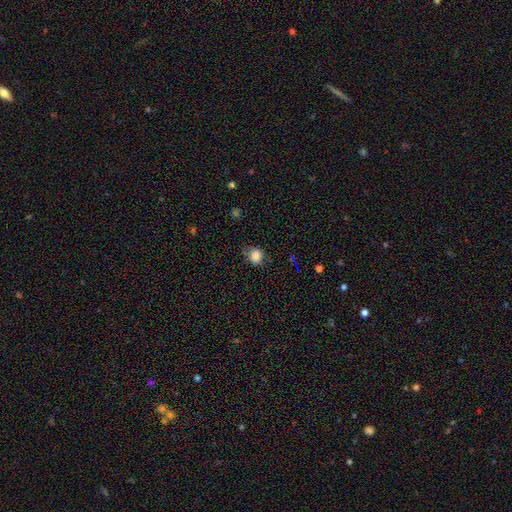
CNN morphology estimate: This is clearly a smooth galaxy (82%). How rounded: likely round (70%). Merging: likely none (73%).